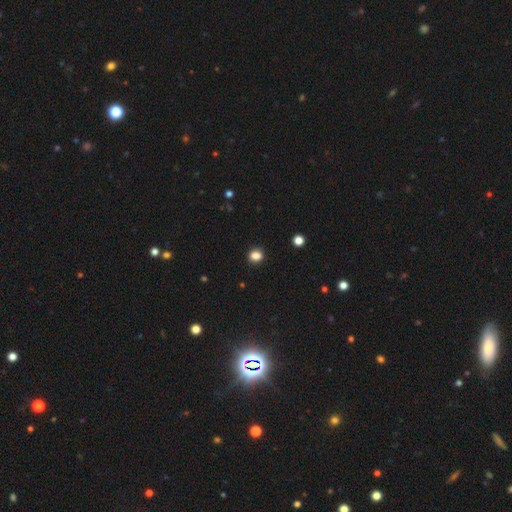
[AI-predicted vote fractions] Morphology: type=smooth (85%); roundness=round (64%); merging=none (88%).